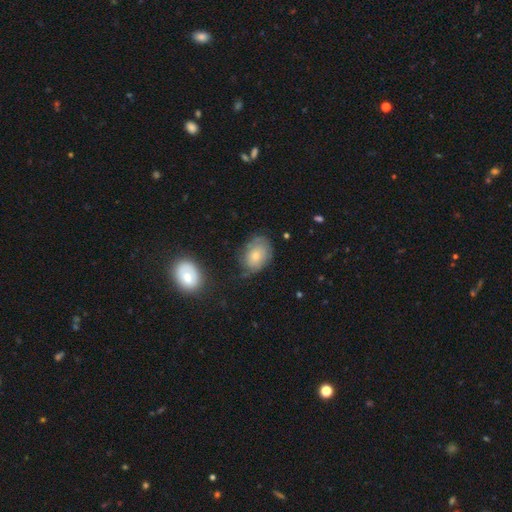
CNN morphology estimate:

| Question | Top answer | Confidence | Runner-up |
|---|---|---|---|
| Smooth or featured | smooth | 54% | featured or disk (38%) |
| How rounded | in between | 74% | round (24%) |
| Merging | none | 59% | minor disturbance (27%) |